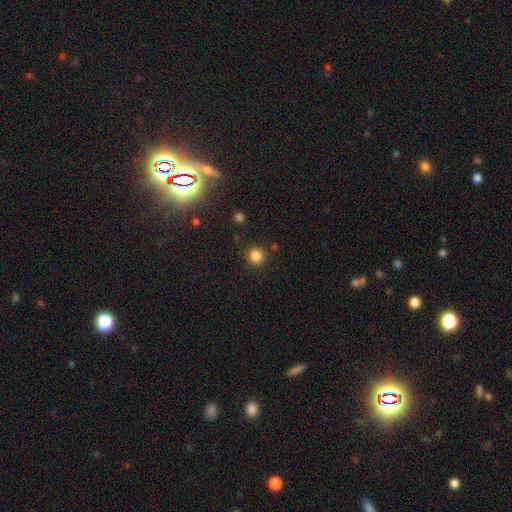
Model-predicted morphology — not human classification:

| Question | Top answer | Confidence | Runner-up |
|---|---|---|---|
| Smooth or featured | smooth | 84% | star or artifact (12%) |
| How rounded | round | 94% | in between (5%) |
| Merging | none | 90% | minor disturbance (6%) |